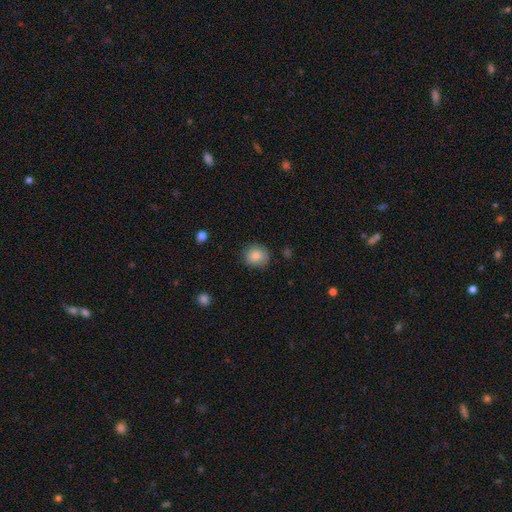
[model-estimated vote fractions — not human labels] A smooth galaxy with no disk features (85%) that is round (81%). Merging: none (81%).